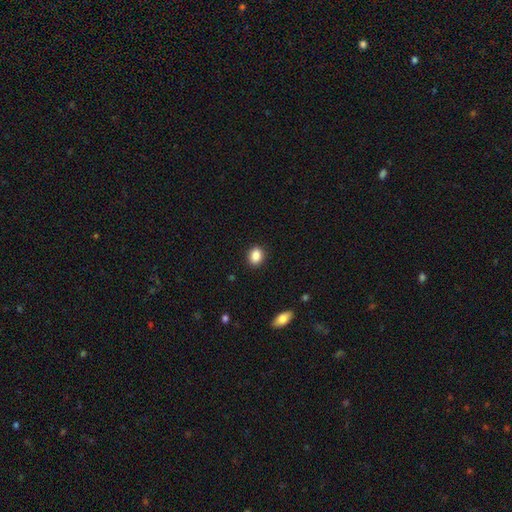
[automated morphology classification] Overall: smooth (87%). How rounded: in between (55%; round 44%). Merging: none (90%).